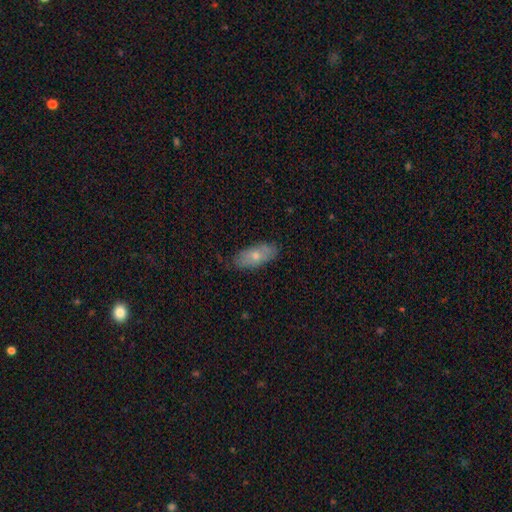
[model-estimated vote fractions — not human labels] Smooth or featured? smooth (67%)
How rounded? in between (81%)
Merging? none (79%)